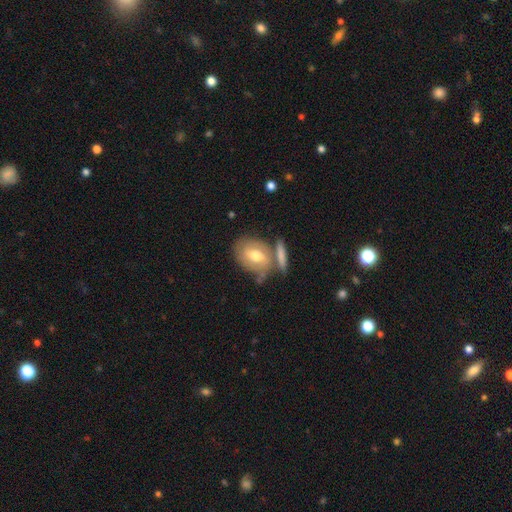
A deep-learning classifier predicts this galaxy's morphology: A smooth galaxy with no disk features (57%) that is in between round and cigar-shaped (68%). Merging: none (52%).